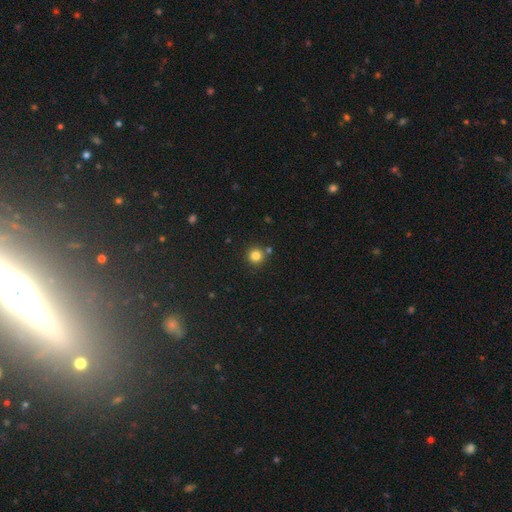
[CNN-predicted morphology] The model was most divided on "smooth or featured": smooth: 82%, star or artifact: 13%, featured or disk: 5%. More confident: how rounded — round (95%); merging — none (83%).